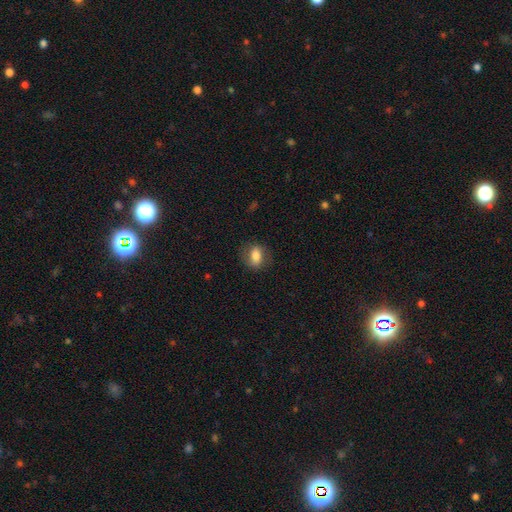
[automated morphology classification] A smooth galaxy with no disk features (72%) that is in between round and cigar-shaped (71%).

Vote fractions:
- Smooth or featured? smooth: 72% / featured or disk: 19% / star or artifact: 8%
- How rounded? in between: 71% / round: 26% / cigar-shaped: 3%
- Merging? none: 76% / minor disturbance: 16% / major disturbance: 7% / merger: 1%